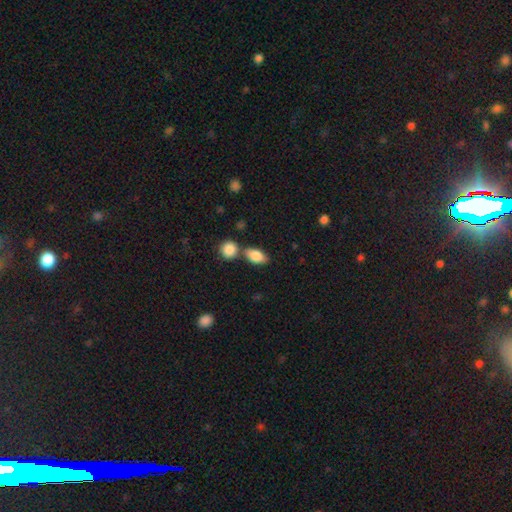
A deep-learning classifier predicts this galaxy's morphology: This is clearly a smooth galaxy (85%). How rounded: clearly in between (88%). Merging: possibly none (58%).